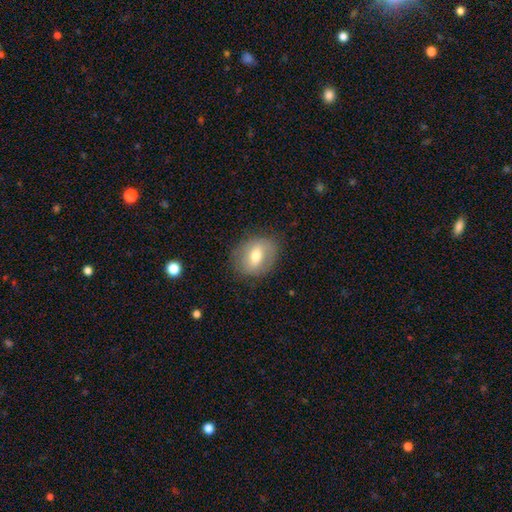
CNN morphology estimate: smooth_or_featured: smooth (p=0.59) [alt: featured or disk p=0.33]
how_rounded: in between (p=0.53) [alt: round p=0.46]
merging: none (p=0.80) [alt: minor disturbance p=0.14]